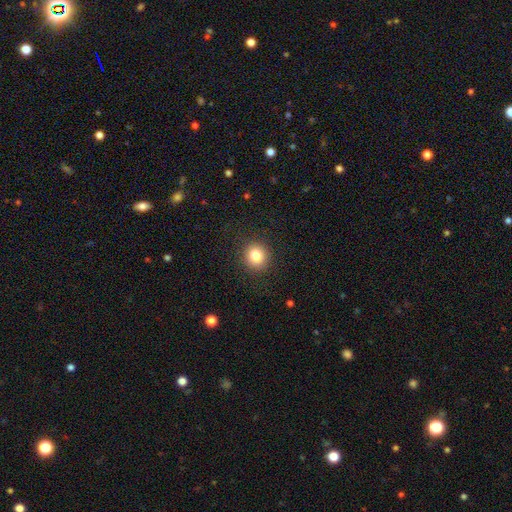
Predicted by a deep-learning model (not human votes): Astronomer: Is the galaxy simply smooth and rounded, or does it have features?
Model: smooth — 83%.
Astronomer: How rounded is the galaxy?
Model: round — 87%.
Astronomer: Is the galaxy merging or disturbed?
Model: none — 90%.